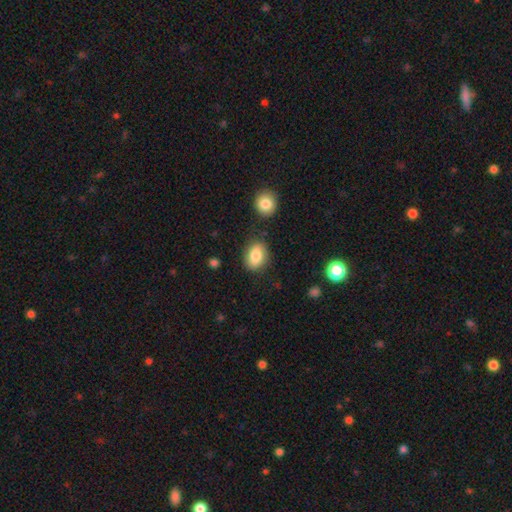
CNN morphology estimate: type=smooth (83%); roundness=in between (79%); merging=none (78%).